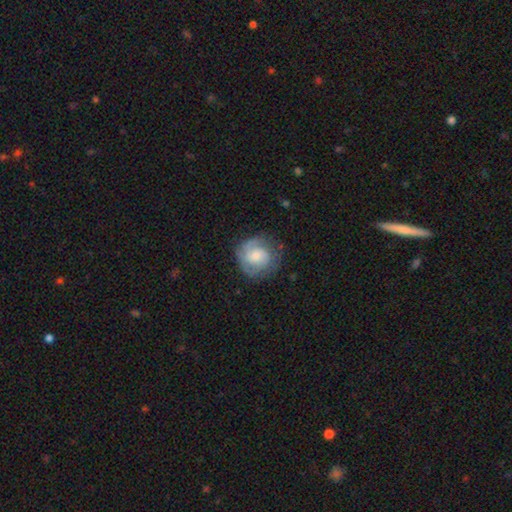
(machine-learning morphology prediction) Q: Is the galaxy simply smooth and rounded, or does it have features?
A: featured or disk — 61%.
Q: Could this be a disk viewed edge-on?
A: no — 98%.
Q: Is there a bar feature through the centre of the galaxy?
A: no — 68%.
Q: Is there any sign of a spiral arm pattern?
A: yes — 87%.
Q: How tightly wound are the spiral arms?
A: tight — 50%.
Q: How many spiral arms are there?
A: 2 — 40%.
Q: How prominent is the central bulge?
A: small — 40%.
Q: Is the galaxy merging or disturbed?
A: none — 71%.